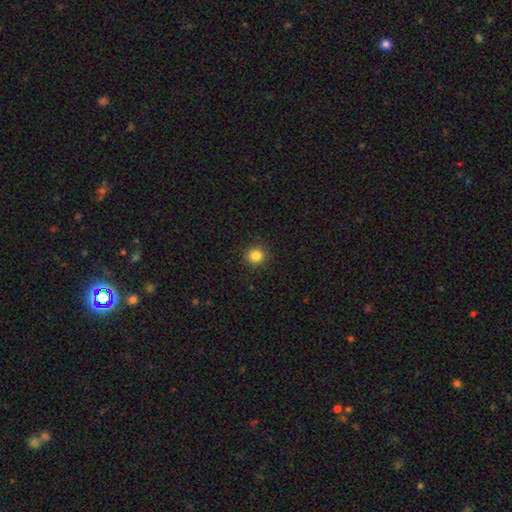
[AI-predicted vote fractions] A smooth galaxy with no disk features (85%) that is round (92%). Merging: none (92%).